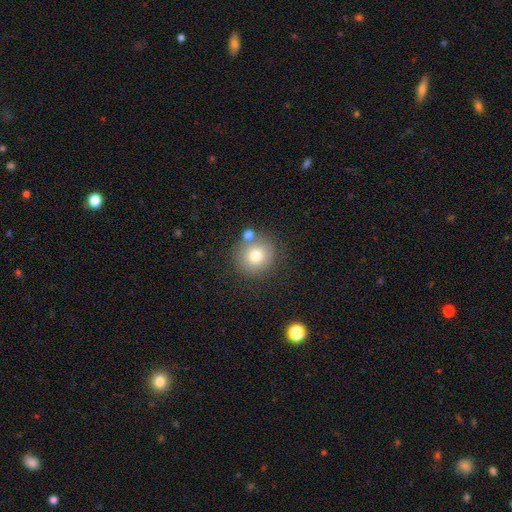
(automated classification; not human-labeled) Morphology: type=smooth (76%); roundness=round (91%); merging=none (72%).